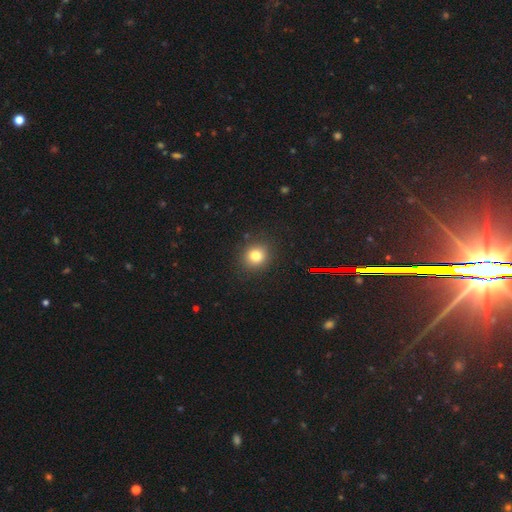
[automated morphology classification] This appears to be a smooth galaxy with no disk features (79%) that is round (84%). Merging: none (89%).